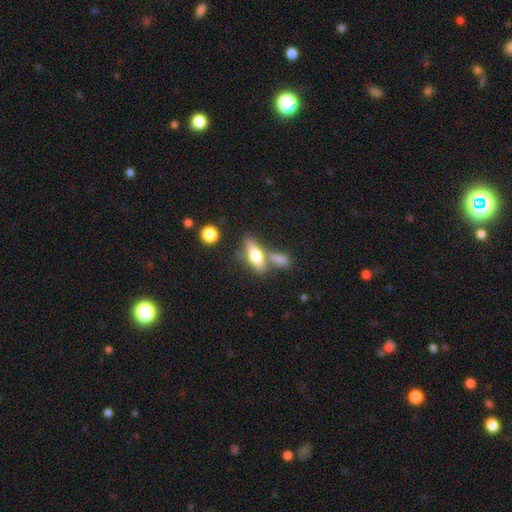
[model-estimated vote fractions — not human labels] This appears to be a smooth galaxy with no disk features (55%) that is in between round and cigar-shaped (54%). Merging: none (57%).